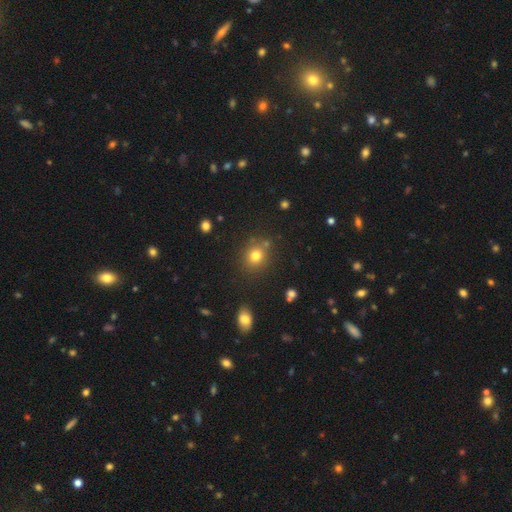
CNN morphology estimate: smooth-or-featured: smooth: 77% | star or artifact: 15% | featured or disk: 8%
  how-rounded: round: 81% | in between: 18% | cigar-shaped: 1%
  merging: none: 78% | minor disturbance: 10% | merger: 8% | major disturbance: 4%